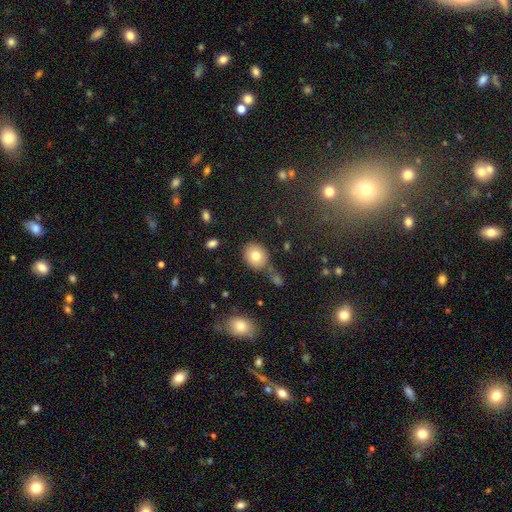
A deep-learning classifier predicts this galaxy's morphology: Overall: smooth (77%). How rounded: round (65%; in between 34%). Merging: none (75%).